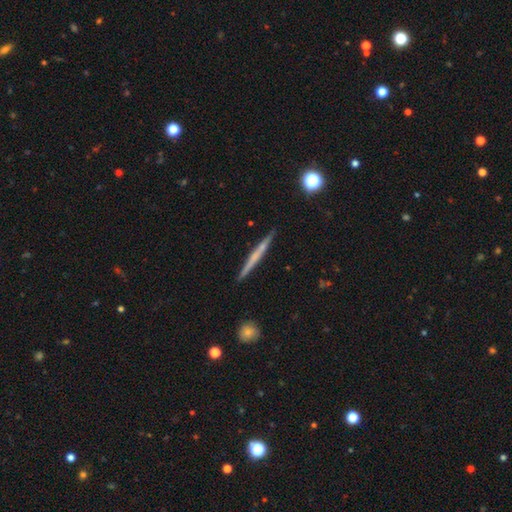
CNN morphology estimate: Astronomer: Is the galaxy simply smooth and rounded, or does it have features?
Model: featured or disk — 56% (runner-up: smooth, 38%).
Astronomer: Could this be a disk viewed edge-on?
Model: yes — 98%.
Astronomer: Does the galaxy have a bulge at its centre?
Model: none — 78%.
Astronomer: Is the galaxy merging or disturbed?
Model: none — 91%.